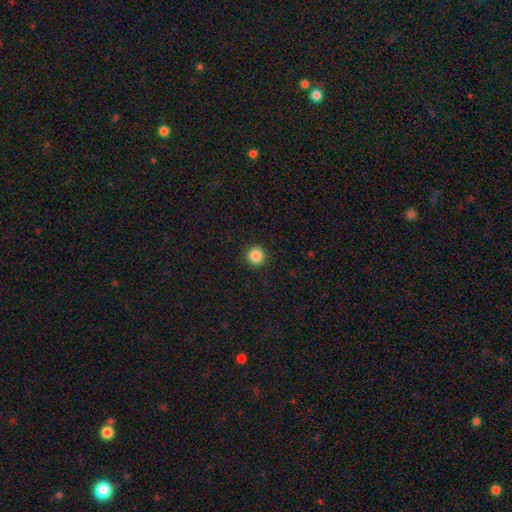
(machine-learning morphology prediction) Smooth or featured? Predicted: smooth (p=0.86). How rounded? Predicted: round (p=0.96). Merging? Predicted: none (p=0.93).